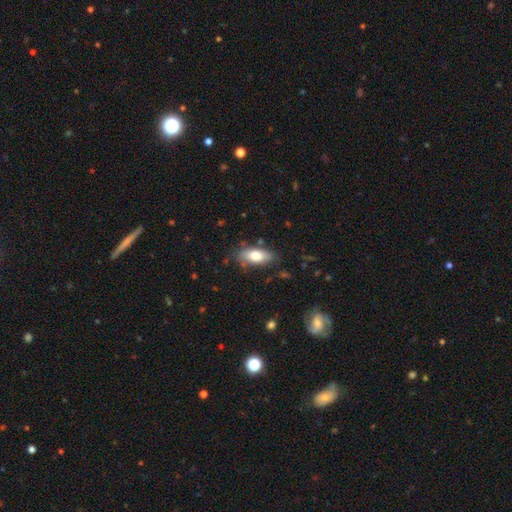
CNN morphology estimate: Smooth or featured? smooth (77%)
How rounded? in between (84%)
Merging? none (78%)